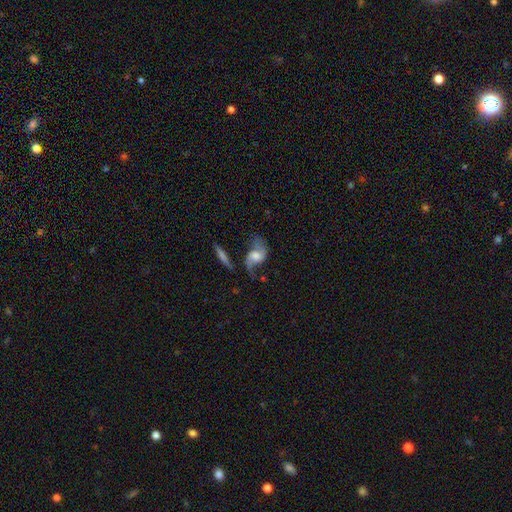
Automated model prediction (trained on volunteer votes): Smooth or featured?
  - featured or disk: 77% *
  - smooth: 16%
  - star or artifact: 6%
Edge-on disk?
  - no: 95% *
  - yes: 5%
Bar?
  - no: 54% *
  - weak: 36%
  - strong: 9%
Spiral arms?
  - yes: 92% *
  - no: 8%
Spiral winding?
  - loose: 70% *
  - medium: 25%
  - tight: 6%
Spiral arm count?
  - 2: 88% *
  - 1: 6%
  - can't tell: 3%
  - 3: 1%
  - 4: 1%
  - more than 4: 1%
Bulge size?
  - moderate: 47% *
  - large: 25%
  - small: 17%
  - none: 8%
  - dominant: 3%
Merging?
  - none: 51% *
  - minor disturbance: 21%
  - major disturbance: 20%
  - merger: 8%